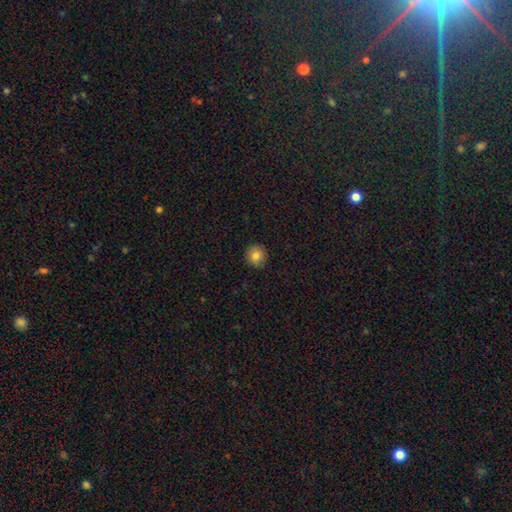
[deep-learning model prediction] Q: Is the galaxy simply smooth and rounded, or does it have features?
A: smooth — 83%.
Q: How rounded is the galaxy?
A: round — 93%.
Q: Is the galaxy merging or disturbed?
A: none — 91%.